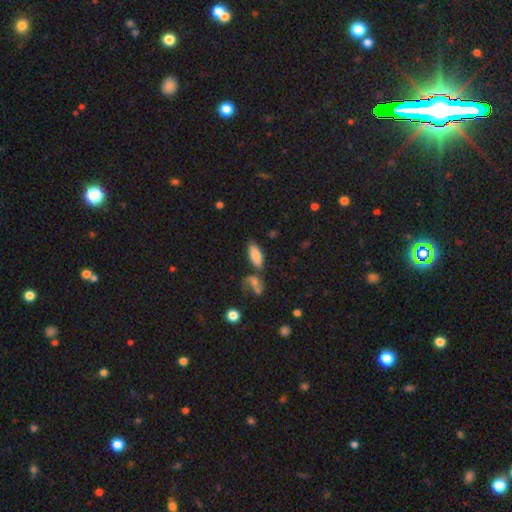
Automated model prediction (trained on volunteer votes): The model was most divided on "merging": none: 64%, merger: 16%, minor disturbance: 14%, major disturbance: 5%. More confident: how rounded — in between (84%); smooth or featured — smooth (80%).